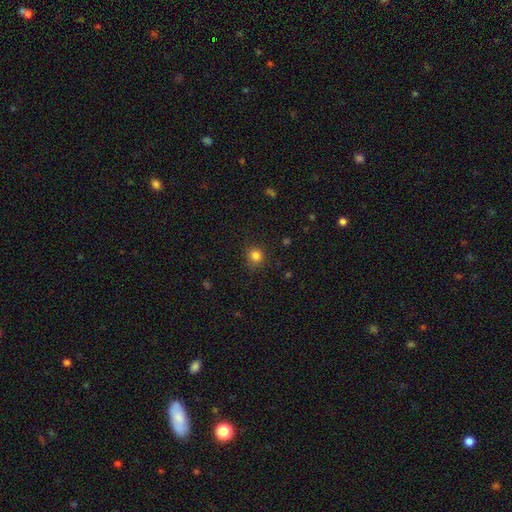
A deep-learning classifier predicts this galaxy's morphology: smooth 84%, star or artifact 13%, featured or disk 4%. Down the decision tree: how rounded — round (91%); merging — none (85%).